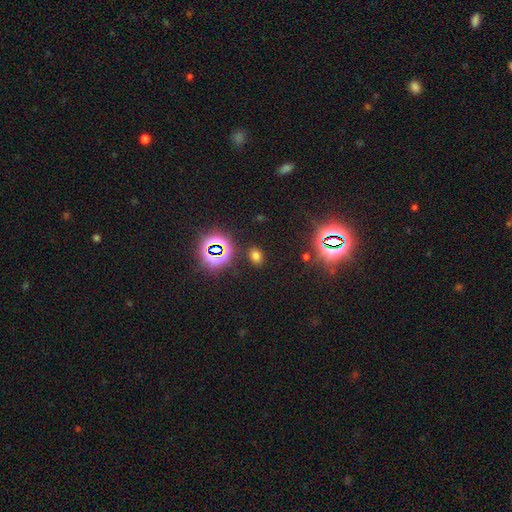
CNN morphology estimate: smooth-or-featured: smooth: 62% | star or artifact: 31% | featured or disk: 6%
  how-rounded: in between: 68% | round: 30% | cigar-shaped: 2%
  merging: none: 86% | minor disturbance: 9% | major disturbance: 3% | merger: 2%